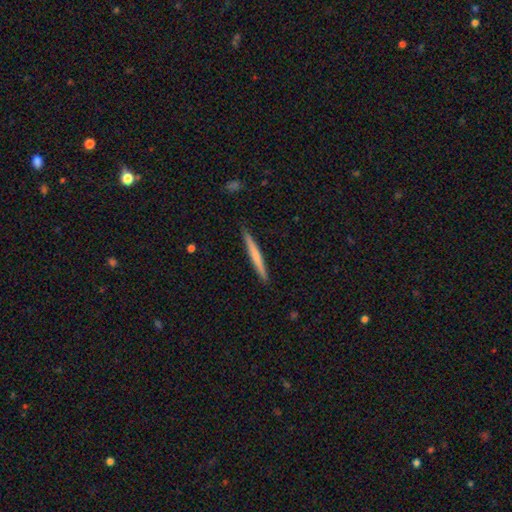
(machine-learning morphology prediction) Overall: smooth (54%; featured or disk 41%). How rounded: cigar-shaped (97%). Merging: none (90%).